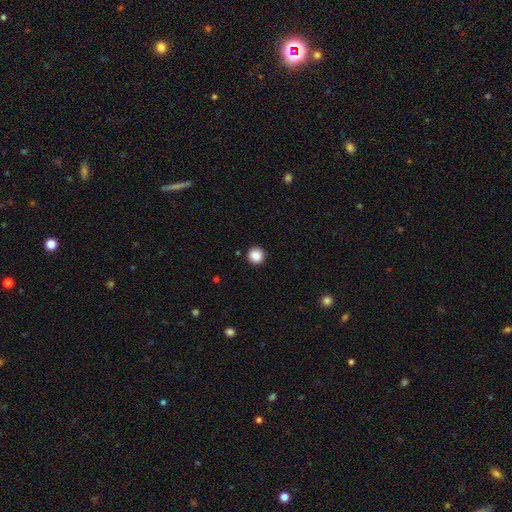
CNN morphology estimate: Smooth or featured? smooth (87%)
How rounded? round (95%)
Merging? none (92%)